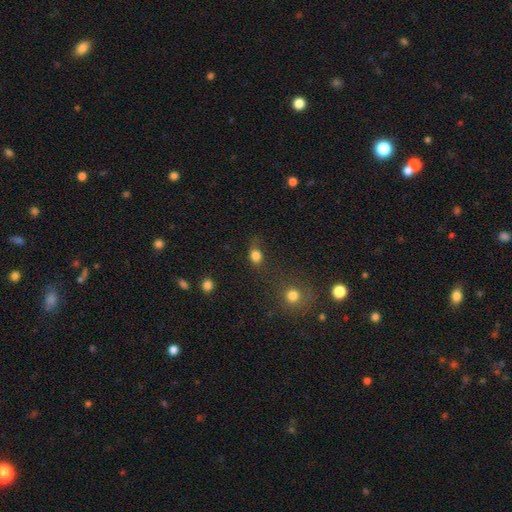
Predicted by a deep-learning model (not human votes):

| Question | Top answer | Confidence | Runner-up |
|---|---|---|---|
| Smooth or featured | smooth | 81% | star or artifact (13%) |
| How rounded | round | 56% | in between (42%) |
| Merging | none | 61% | minor disturbance (22%) |